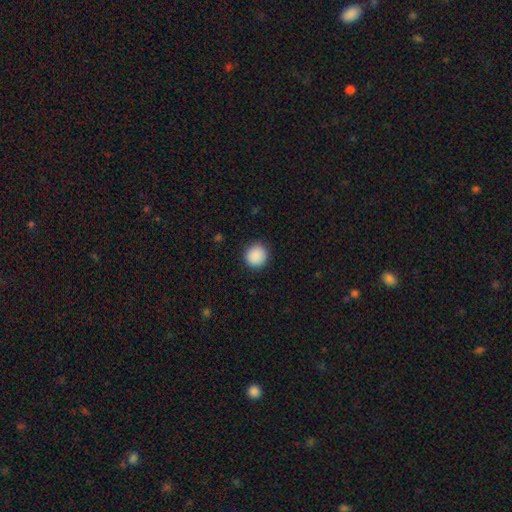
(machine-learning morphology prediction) Q: Smooth or featured?
A: smooth (90%); runner-up: star or artifact (8%)
Q: How rounded?
A: round (92%); runner-up: in between (7%)
Q: Merging?
A: none (91%); runner-up: minor disturbance (6%)